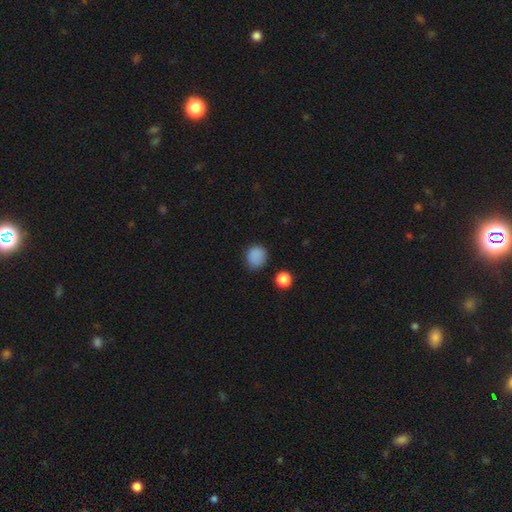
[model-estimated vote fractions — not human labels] Smooth or featured: smooth — 85% (star or artifact — 11%)
How rounded: round — 83% (in between — 16%)
Merging: none — 80% (minor disturbance — 14%)